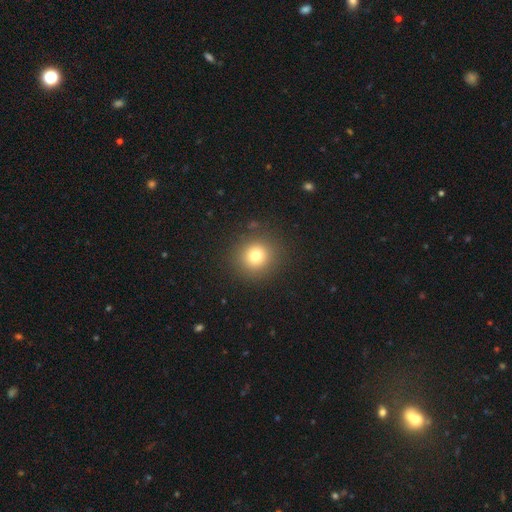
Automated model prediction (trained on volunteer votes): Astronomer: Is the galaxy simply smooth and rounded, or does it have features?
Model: smooth — 77%.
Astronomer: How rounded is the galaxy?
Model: round — 92%.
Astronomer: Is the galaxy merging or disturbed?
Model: none — 89%.